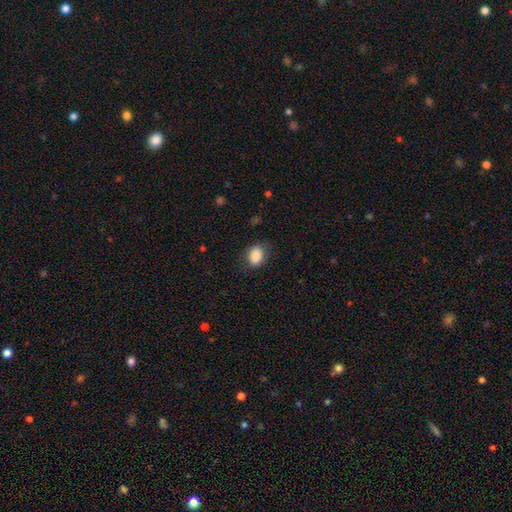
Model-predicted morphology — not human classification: Smooth or featured? Predicted: smooth (p=0.86). How rounded? Predicted: in between (p=0.68). Merging? Predicted: none (p=0.76).